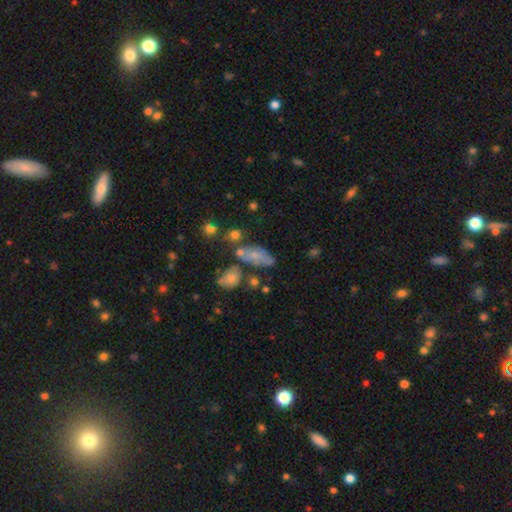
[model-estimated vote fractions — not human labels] This is likely a smooth galaxy (60%). How rounded: clearly in between (85%). Merging: marginally none (37%).